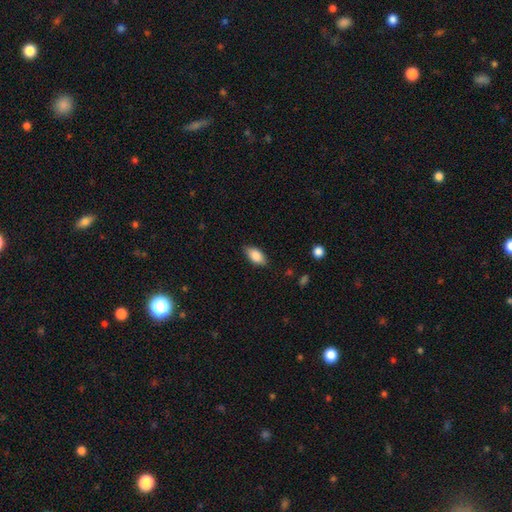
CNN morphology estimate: This is clearly a smooth galaxy (85%). How rounded: clearly in between (91%). Merging: clearly none (81%).